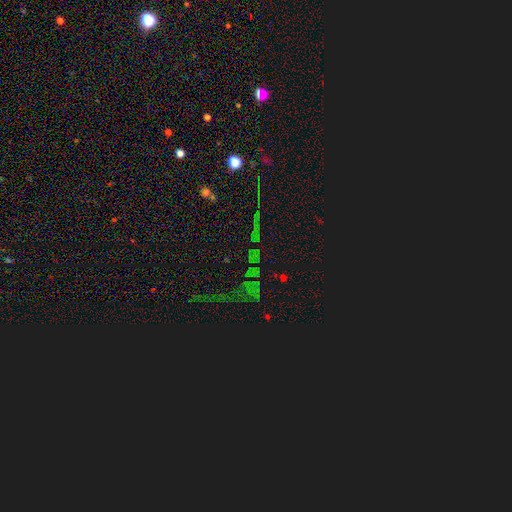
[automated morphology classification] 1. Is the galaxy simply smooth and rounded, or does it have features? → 76% star or artifact, 13% smooth, 11% featured or disk.